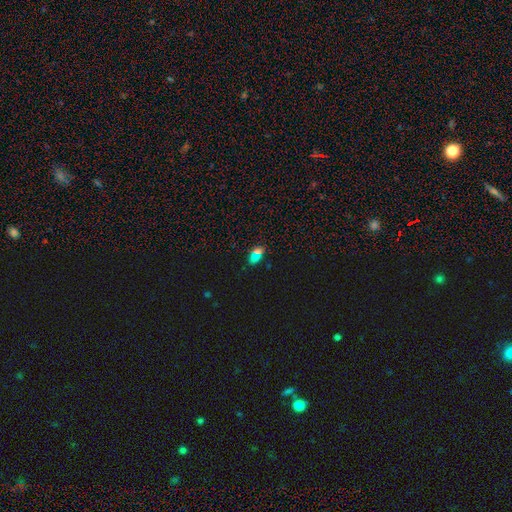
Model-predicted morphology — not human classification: Q: Smooth or featured?
A: smooth (56%); runner-up: star or artifact (33%)
Q: How rounded?
A: in between (73%); runner-up: round (18%)
Q: Merging?
A: none (65%); runner-up: merger (16%)